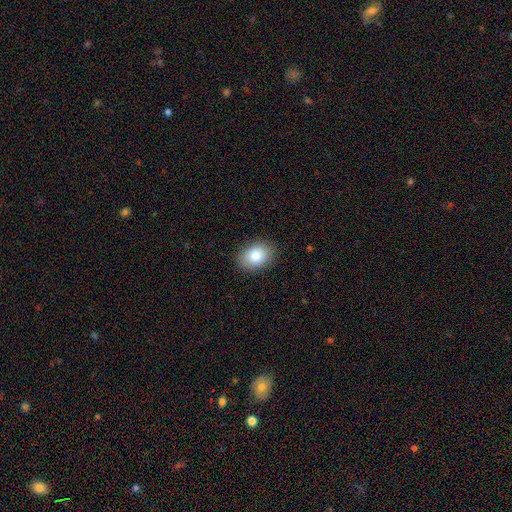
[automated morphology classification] A smooth galaxy with no disk features (82%) that is in between round and cigar-shaped (75%).

Vote fractions:
- Smooth or featured? smooth: 82% / featured or disk: 10% / star or artifact: 8%
- How rounded? in between: 75% / round: 24% / cigar-shaped: 1%
- Merging? none: 87% / minor disturbance: 9% / major disturbance: 2% / merger: 1%